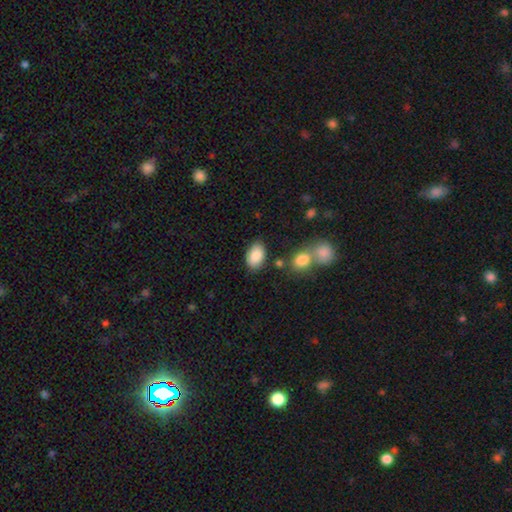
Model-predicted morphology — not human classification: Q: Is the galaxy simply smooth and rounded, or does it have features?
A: smooth — 88%.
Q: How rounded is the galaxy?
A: in between — 91%.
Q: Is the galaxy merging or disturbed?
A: none — 78%.